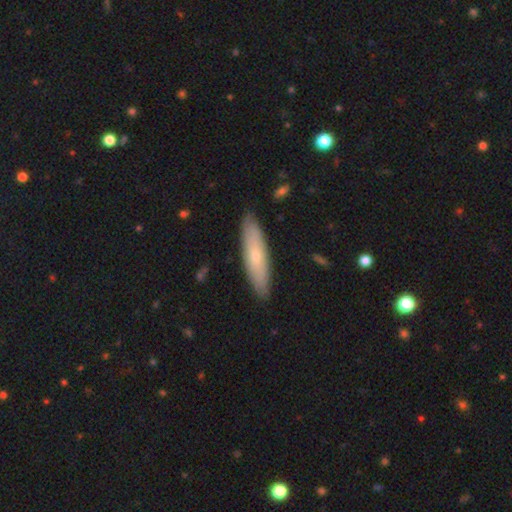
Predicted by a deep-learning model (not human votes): A smooth galaxy with no disk features (62%) that is cigar-shaped (73%). Merging: none (88%).